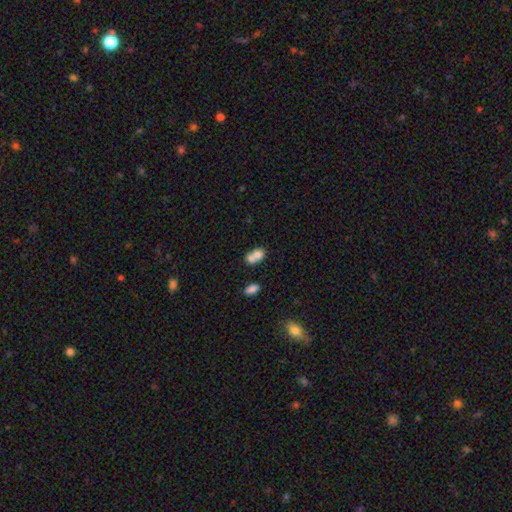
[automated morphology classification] smooth-or-featured: smooth: 73% | featured or disk: 17% | star or artifact: 10%
  how-rounded: in between: 59% | round: 39% | cigar-shaped: 2%
  merging: merger: 66% | none: 23% | minor disturbance: 7% | major disturbance: 4%